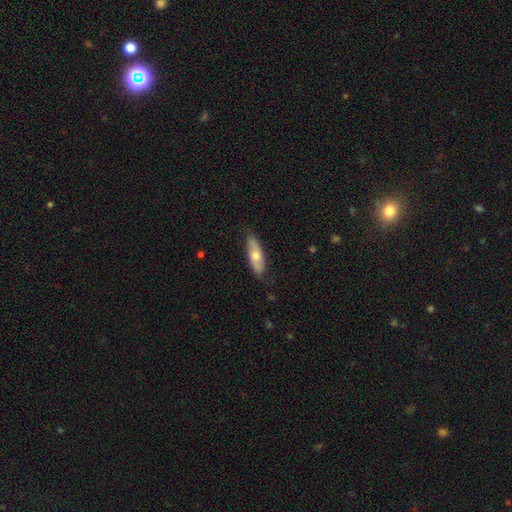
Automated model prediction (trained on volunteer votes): Q: Smooth or featured?
A: smooth (60%); runner-up: featured or disk (35%)
Q: How rounded?
A: in between (64%); runner-up: cigar-shaped (34%)
Q: Merging?
A: none (78%); runner-up: minor disturbance (18%)